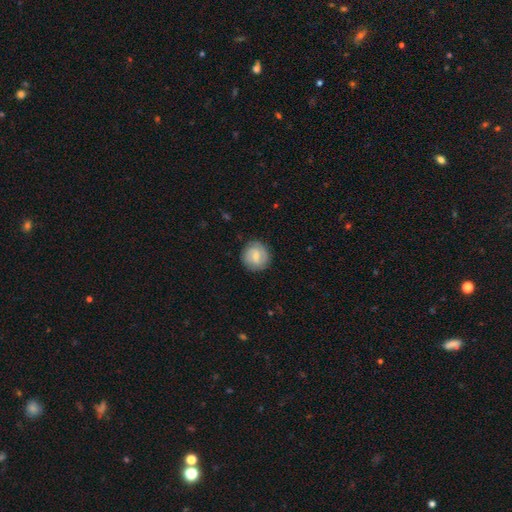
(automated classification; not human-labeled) The model was most divided on "smooth or featured": smooth: 51%, featured or disk: 42%, star or artifact: 7%. More confident: how rounded — round (90%); merging — none (85%).